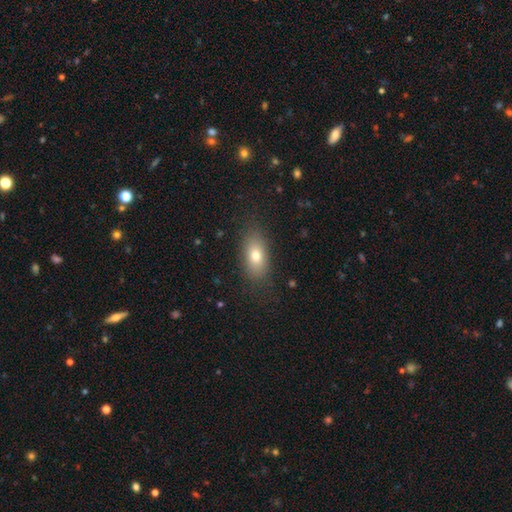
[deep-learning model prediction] Smooth or featured? smooth (74%)
How rounded? in between (84%)
Merging? none (83%)